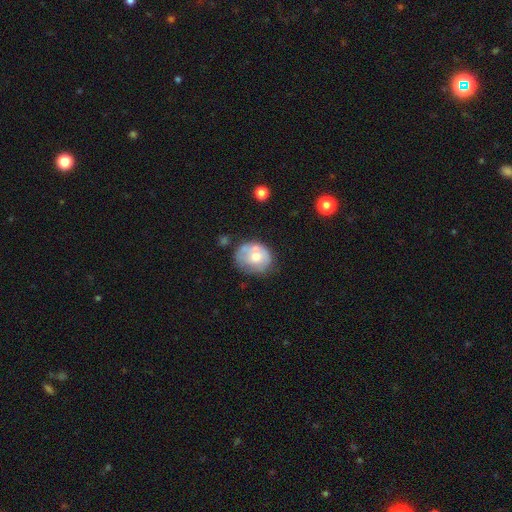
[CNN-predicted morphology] A smooth galaxy with no disk features (53%) that is round (60%). Merging: none (46%).